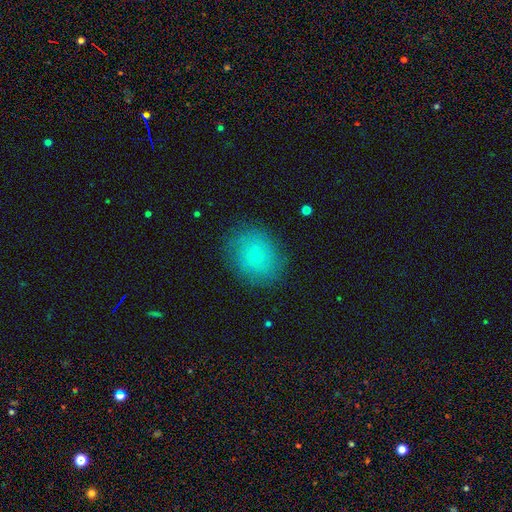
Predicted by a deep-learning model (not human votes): Smooth or featured?
  - smooth: 68% *
  - featured or disk: 20%
  - star or artifact: 12%
How rounded?
  - round: 63% *
  - in between: 36%
  - cigar-shaped: 1%
Merging?
  - none: 80% *
  - minor disturbance: 13%
  - major disturbance: 5%
  - merger: 1%